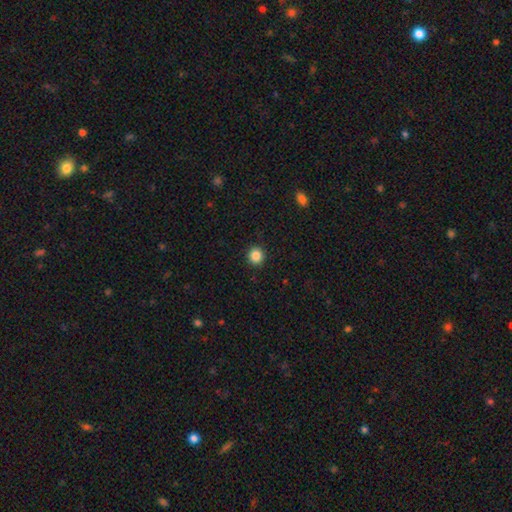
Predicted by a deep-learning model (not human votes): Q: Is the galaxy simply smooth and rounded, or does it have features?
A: smooth — 86%.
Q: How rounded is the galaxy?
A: round — 91%.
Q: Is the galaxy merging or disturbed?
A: none — 92%.